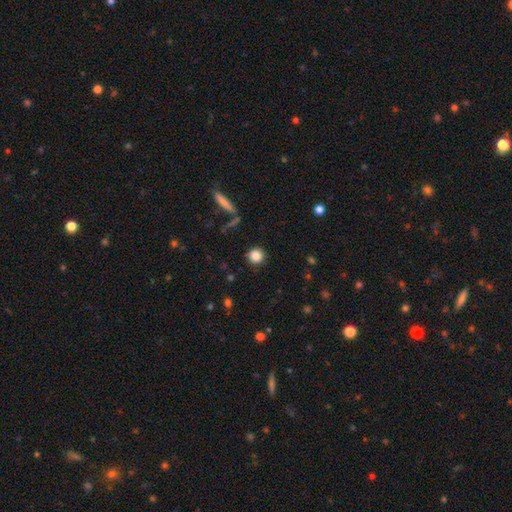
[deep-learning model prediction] smooth 85%, star or artifact 10%, featured or disk 5%. Down the decision tree: how rounded — round (92%); merging — none (87%).